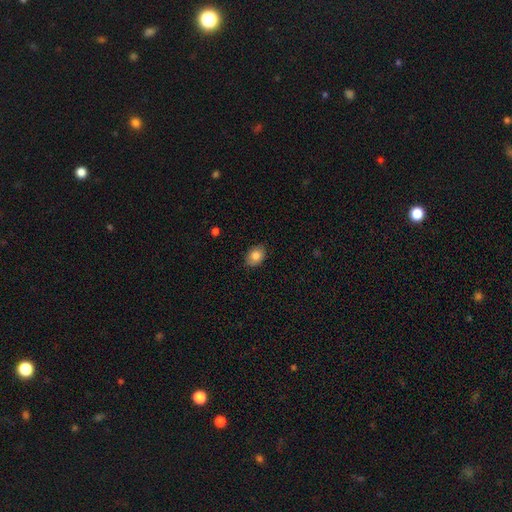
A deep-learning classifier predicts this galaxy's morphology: A smooth galaxy with no disk features (83%) that is in between round and cigar-shaped (72%). Merging: none (86%).